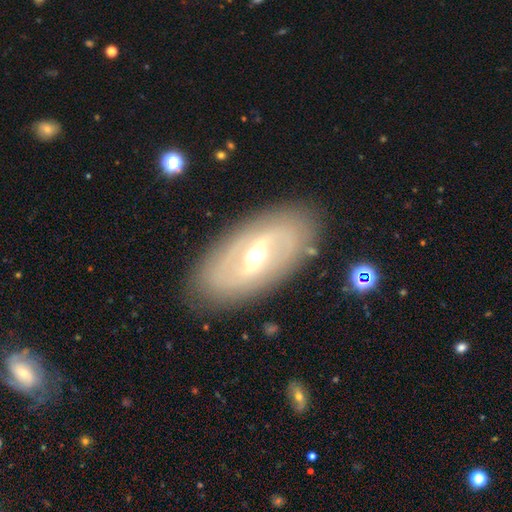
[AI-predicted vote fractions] A featured or disk galaxy (78%) with a strong bar (43%), 2 (75%) medium (37%) spiral arms (71%) and a moderate central bulge (62%).

Vote fractions:
- Smooth or featured? featured or disk: 78% / smooth: 16% / star or artifact: 6%
- Edge-on disk? no: 91% / yes: 9%
- Bar? strong: 43% / weak: 42% / no: 15%
- Spiral arms? yes: 71% / no: 29%
- Spiral winding? medium: 37% / tight: 35% / loose: 28%
- Spiral arm count? 2: 75% / can't tell: 18% / 3: 2% / 1: 2% / 4: 1% / more than 4: 1%
- Bulge size? moderate: 62% / small: 31% / large: 5% / dominant: 1% / none: 1%
- Merging? none: 86% / minor disturbance: 9% / major disturbance: 3% / merger: 1%